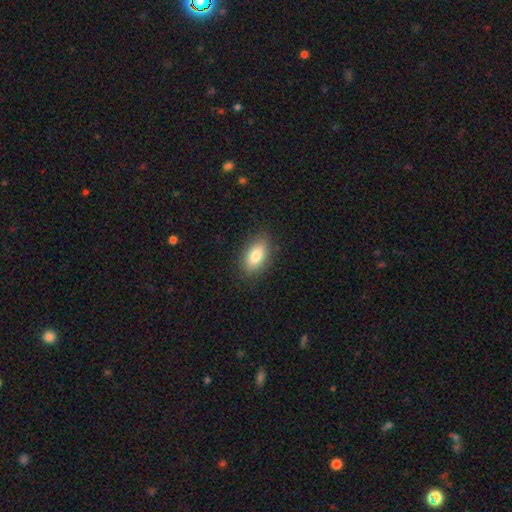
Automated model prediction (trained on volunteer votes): Q: Smooth or featured?
A: smooth (81%); runner-up: featured or disk (12%)
Q: How rounded?
A: in between (89%); runner-up: round (6%)
Q: Merging?
A: none (87%); runner-up: minor disturbance (10%)